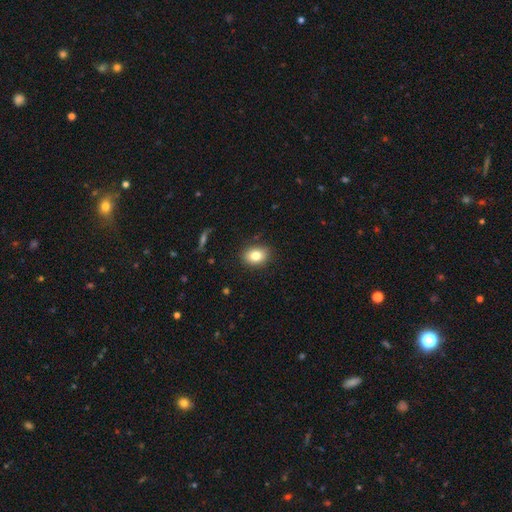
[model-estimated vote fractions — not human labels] Morphology: type=smooth (82%); roundness=in between (62%); merging=none (86%).